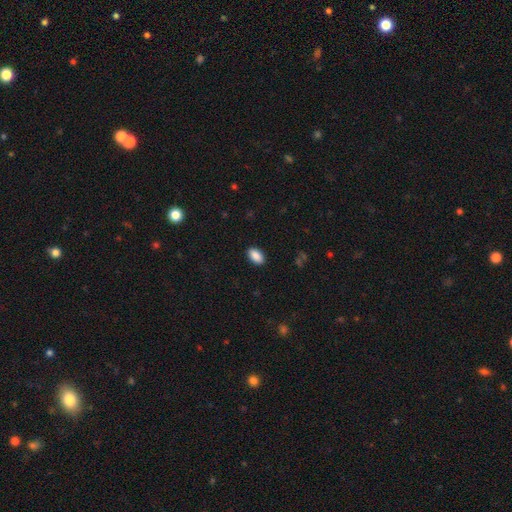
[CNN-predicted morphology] This is clearly a smooth galaxy (90%). How rounded: clearly in between (94%). Merging: clearly none (90%).